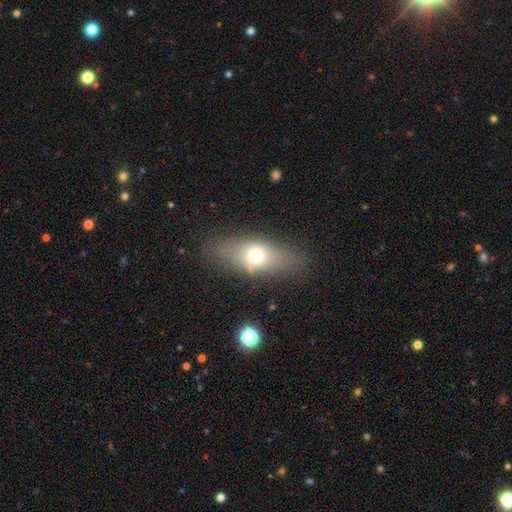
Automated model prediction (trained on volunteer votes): The model was most divided on "smooth or featured": smooth: 63%, featured or disk: 27%, star or artifact: 11%. More confident: merging — none (77%); how rounded — in between (71%).